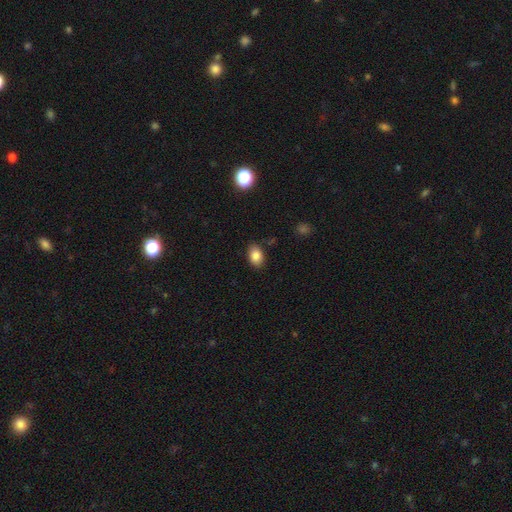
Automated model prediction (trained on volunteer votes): This is clearly a smooth galaxy (85%). How rounded: clearly in between (84%). Merging: clearly none (84%).